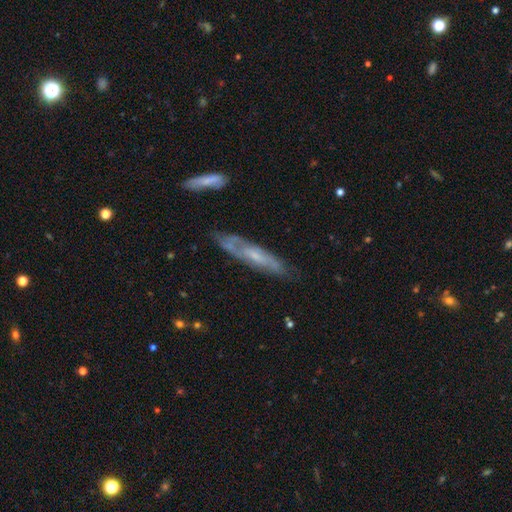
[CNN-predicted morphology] Smooth or featured? featured or disk (64%)
Edge-on disk? no (58%)
Merging? none (66%)